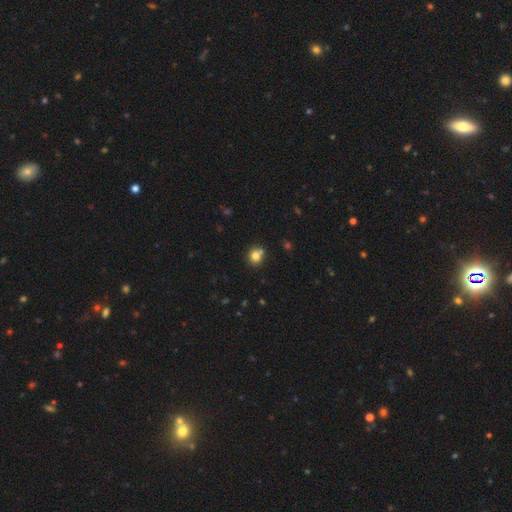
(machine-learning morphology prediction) type=smooth (80%); roundness=round (84%); merging=none (66%).